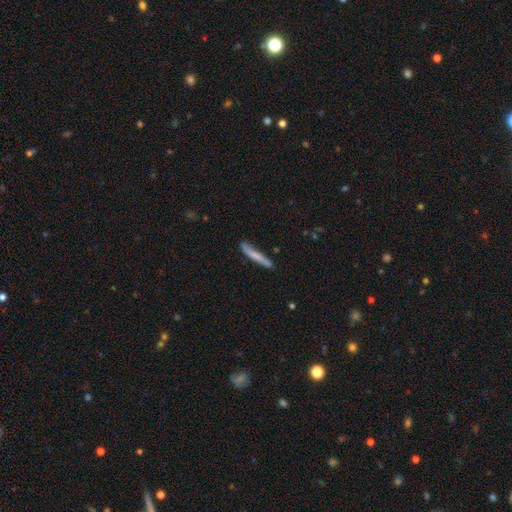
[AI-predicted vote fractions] smooth_or_featured: smooth (p=0.67) [alt: featured or disk p=0.27]
how_rounded: cigar-shaped (p=0.94) [alt: in between p=0.04]
merging: none (p=0.69) [alt: minor disturbance p=0.22]